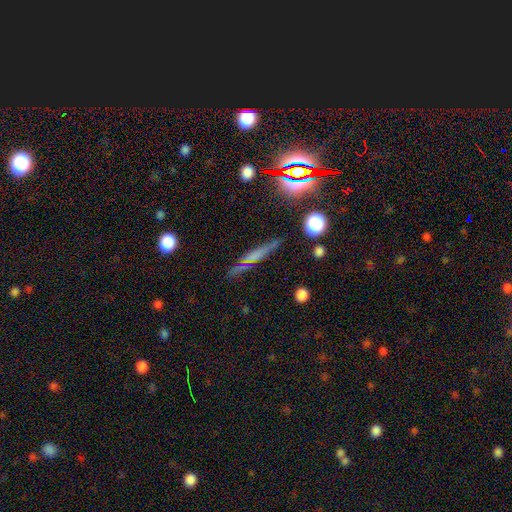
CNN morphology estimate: smooth-or-featured: featured or disk: 43% | smooth: 40% | star or artifact: 17%
  merging: none: 78% | minor disturbance: 13% | merger: 5% | major disturbance: 4%